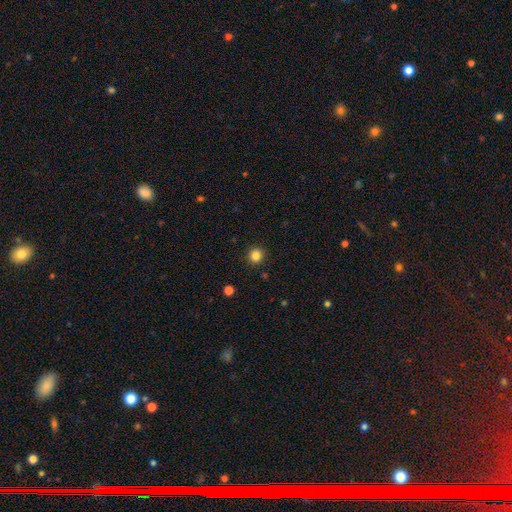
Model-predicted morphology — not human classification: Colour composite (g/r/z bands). It shows a smooth galaxy with no disk features (84%) that is round (90%). Merging: none (90%).